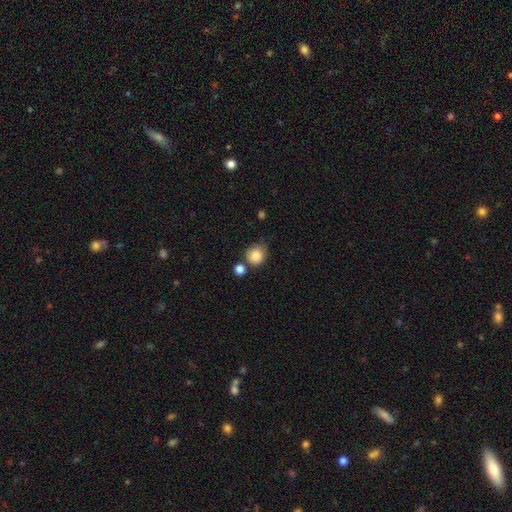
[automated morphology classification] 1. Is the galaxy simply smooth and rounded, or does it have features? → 84% smooth, 9% star or artifact, 6% featured or disk.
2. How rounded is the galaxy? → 85% round, 14% in between, 1% cigar-shaped.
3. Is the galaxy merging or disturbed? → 66% none, 18% minor disturbance, 12% merger, 4% major disturbance.